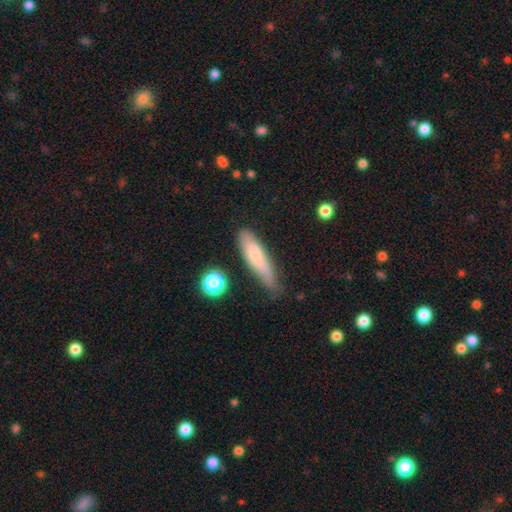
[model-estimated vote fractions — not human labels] A smooth galaxy with no disk features (71%) that is cigar-shaped (73%). Merging: none (61%).